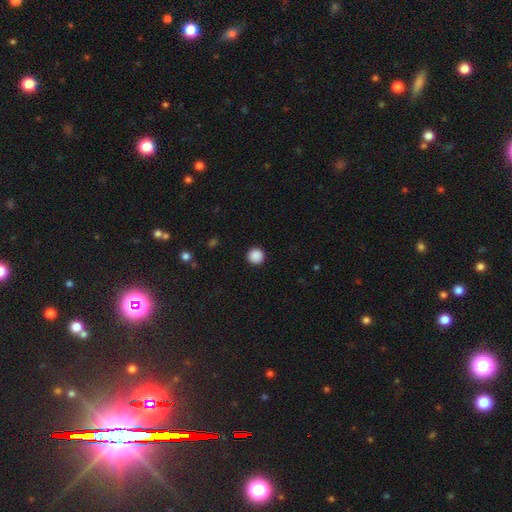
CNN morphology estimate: Q: Smooth or featured?
A: smooth (89%); runner-up: star or artifact (9%)
Q: How rounded?
A: round (96%); runner-up: in between (3%)
Q: Merging?
A: none (93%); runner-up: minor disturbance (4%)